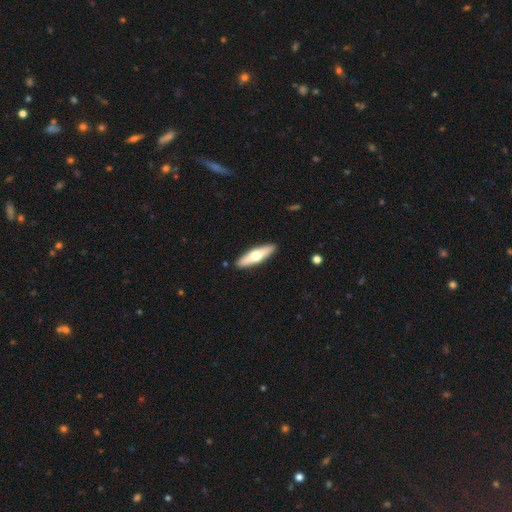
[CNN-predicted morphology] The model was most divided on "smooth or featured": smooth: 51%, featured or disk: 44%, star or artifact: 5%. More confident: merging — none (91%); how rounded — cigar-shaped (67%).